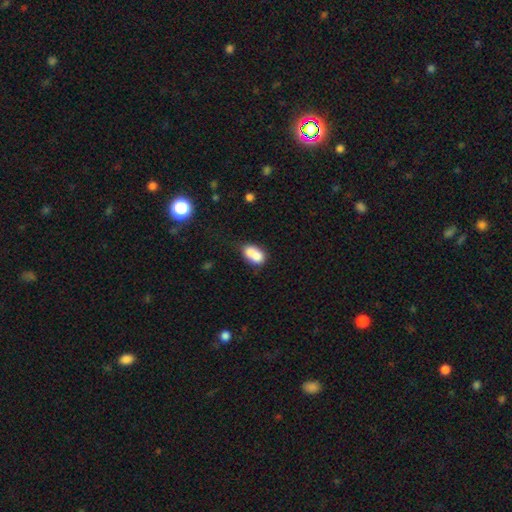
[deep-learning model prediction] Q: Smooth or featured?
A: smooth (76%); runner-up: featured or disk (15%)
Q: How rounded?
A: in between (83%); runner-up: round (15%)
Q: Merging?
A: merger (41%); runner-up: none (35%)